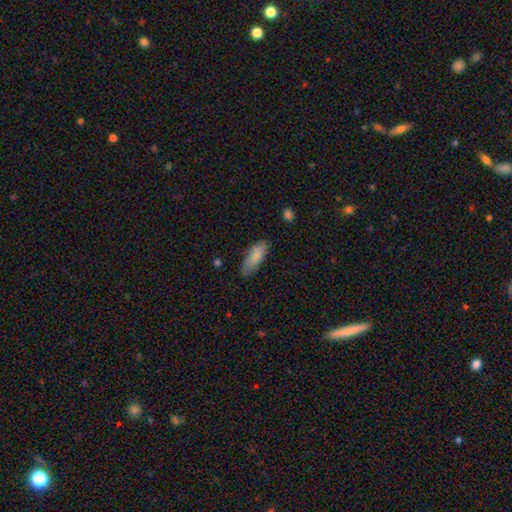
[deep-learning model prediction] Morphology: type=smooth (83%); roundness=in between (68%); merging=none (72%).